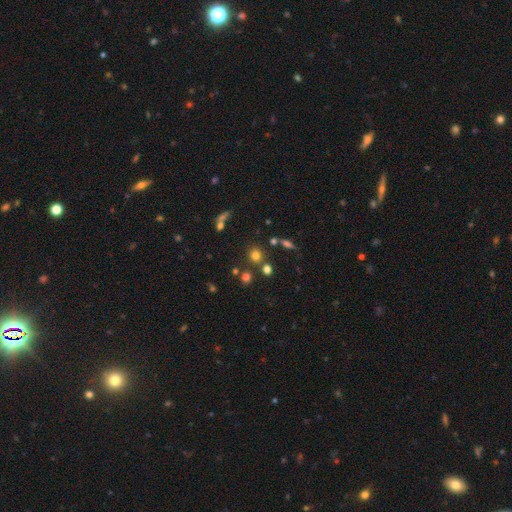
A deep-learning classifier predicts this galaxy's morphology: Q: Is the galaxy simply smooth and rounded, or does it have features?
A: smooth — 71%.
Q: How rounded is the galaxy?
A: round — 88%.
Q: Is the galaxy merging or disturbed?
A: none — 75%.